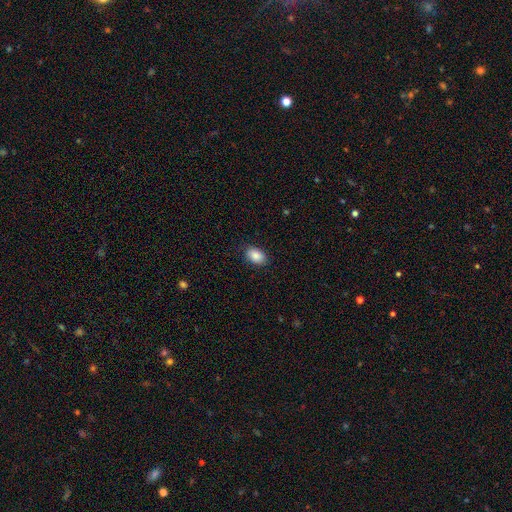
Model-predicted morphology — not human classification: type=smooth (87%); roundness=in between (87%); merging=none (86%).